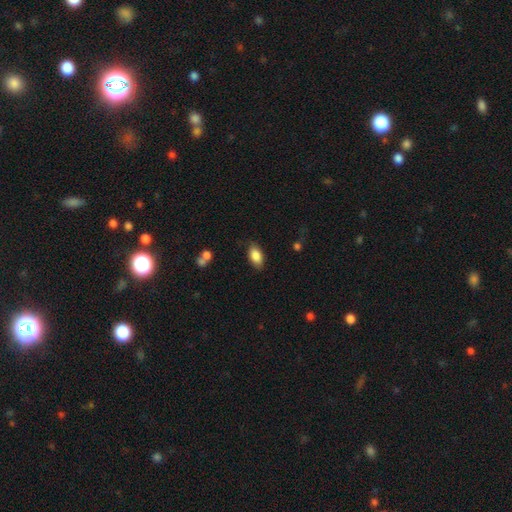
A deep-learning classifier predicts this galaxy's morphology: This is clearly a smooth galaxy (86%). How rounded: clearly in between (92%). Merging: clearly none (83%).